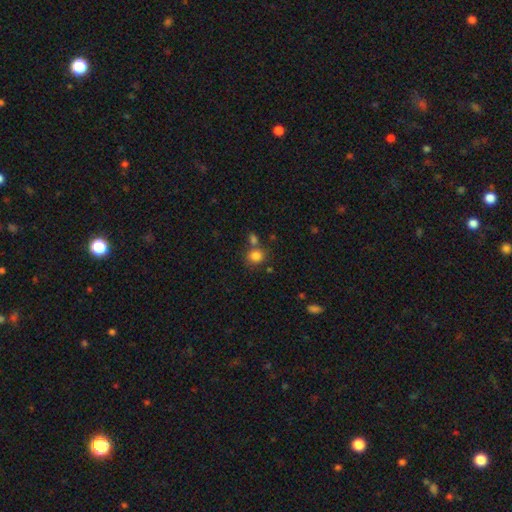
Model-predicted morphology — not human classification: This is clearly a smooth galaxy (82%). How rounded: clearly round (80%). Merging: likely none (64%).